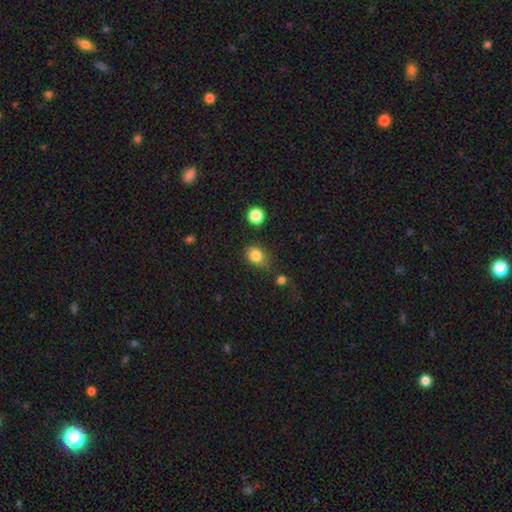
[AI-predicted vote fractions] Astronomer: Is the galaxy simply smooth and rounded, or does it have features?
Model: smooth — 83%.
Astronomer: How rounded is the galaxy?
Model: in between — 56% (runner-up: round, 43%).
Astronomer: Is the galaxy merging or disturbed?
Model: none — 69%.